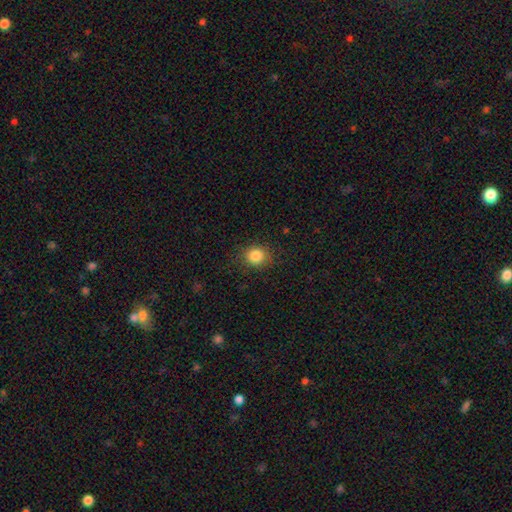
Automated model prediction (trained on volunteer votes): This is clearly a smooth galaxy (85%). How rounded: clearly round (80%). Merging: clearly none (85%).